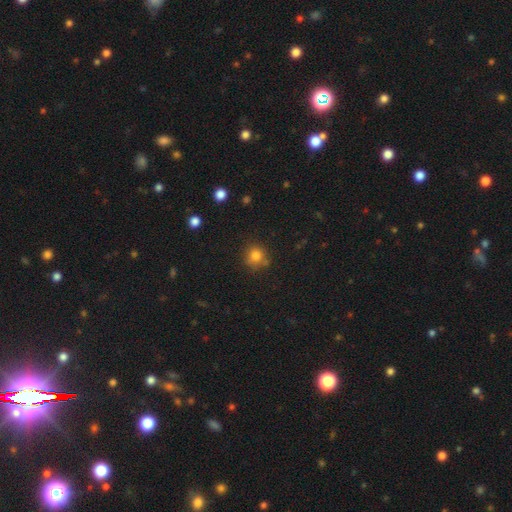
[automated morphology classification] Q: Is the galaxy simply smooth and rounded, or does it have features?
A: smooth — 81%.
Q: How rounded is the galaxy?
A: round — 86%.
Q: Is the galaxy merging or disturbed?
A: none — 72%.